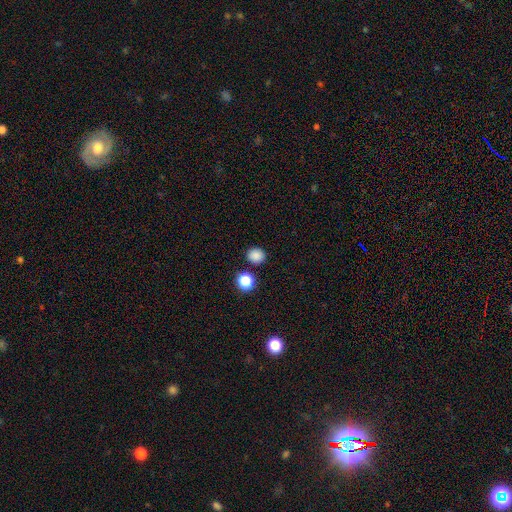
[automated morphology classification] This appears to be a smooth galaxy with no disk features (84%) that is round (82%). Merging: none (86%).